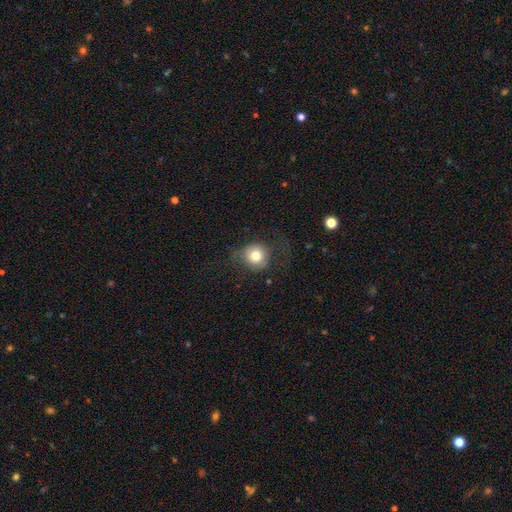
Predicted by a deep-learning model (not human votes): This appears to be a smooth galaxy with no disk features (75%) that is round (88%). Merging: none (66%).